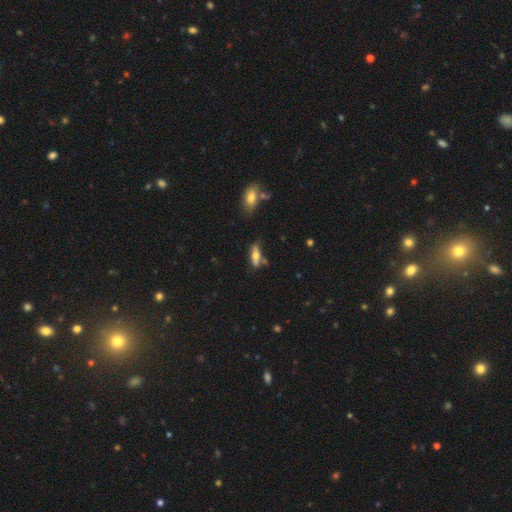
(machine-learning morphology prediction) The model was most divided on "smooth or featured": smooth: 54%, featured or disk: 39%, star or artifact: 8%. More confident: how rounded — in between (59%); merging — none (57%).